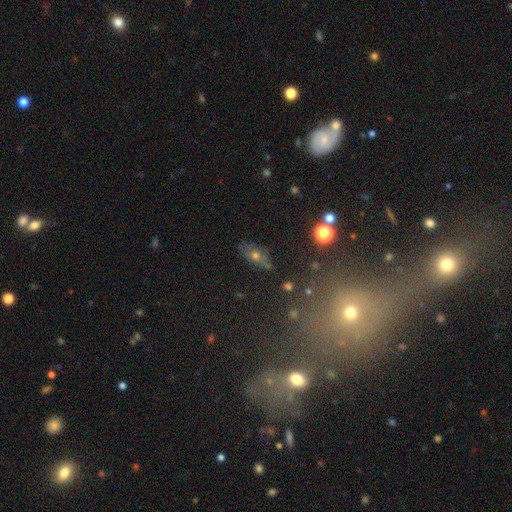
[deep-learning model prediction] A smooth galaxy with no disk features (43%). Merging: none (74%).